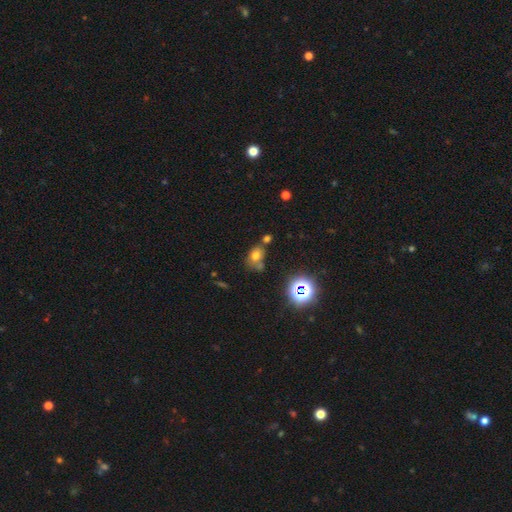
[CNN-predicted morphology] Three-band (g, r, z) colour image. It shows a smooth galaxy with no disk features (64%) that is in between round and cigar-shaped (61%). Merging: none (47%).